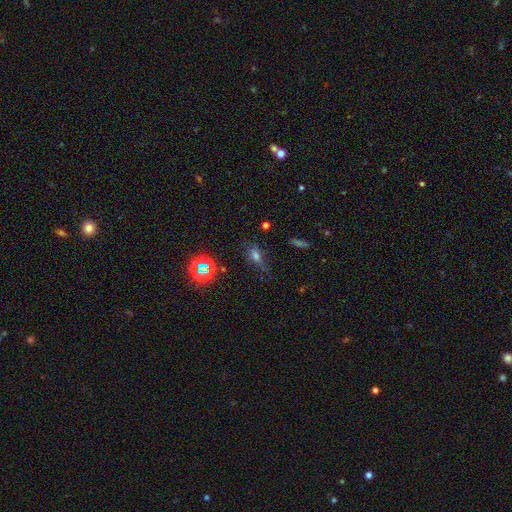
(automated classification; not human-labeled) smooth_or_featured: smooth (p=0.56) [alt: star or artifact p=0.30]
how_rounded: in between (p=0.69) [alt: round p=0.18]
merging: none (p=0.59) [alt: minor disturbance p=0.25]